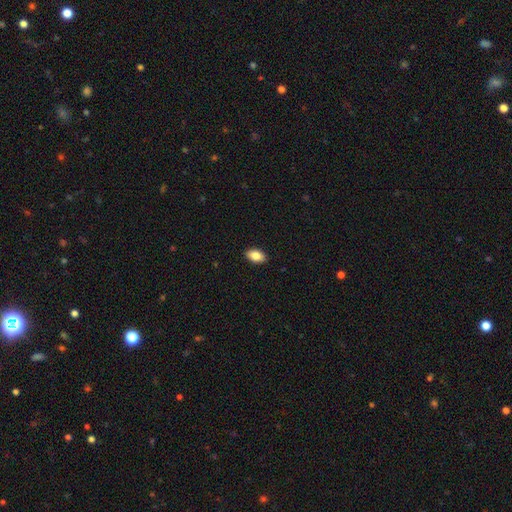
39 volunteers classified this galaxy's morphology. Smooth or featured?
  - smooth: 87% *
  - featured or disk: 8%
  - star or artifact: 5%
How rounded?
  - in between: 82% *
  - round: 18%
  - cigar-shaped: 0%
Merging?
  - none: 95% *
  - minor disturbance: 3%
  - merger: 3%
  - major disturbance: 0%